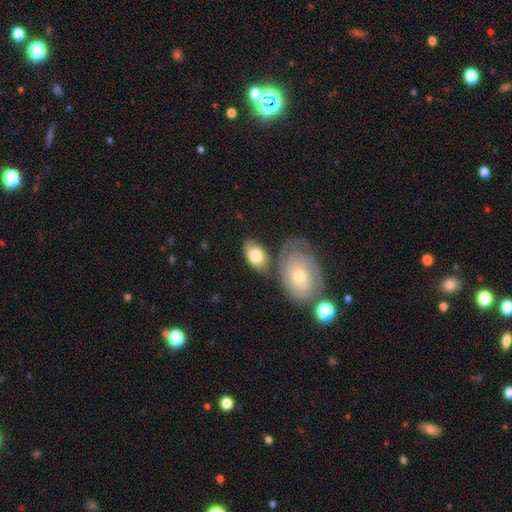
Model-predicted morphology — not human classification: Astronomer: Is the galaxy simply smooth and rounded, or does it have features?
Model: smooth — 68%.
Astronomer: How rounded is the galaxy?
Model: in between — 89%.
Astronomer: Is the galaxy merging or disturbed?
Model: none — 57%.